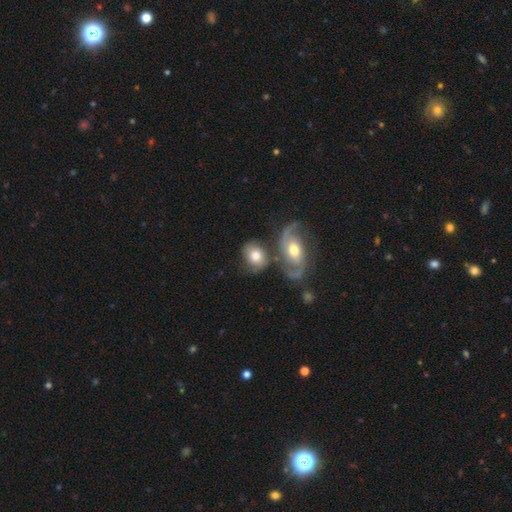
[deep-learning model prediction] Smooth or featured? smooth (56%)
How rounded? in between (51%)
Merging? none (45%)